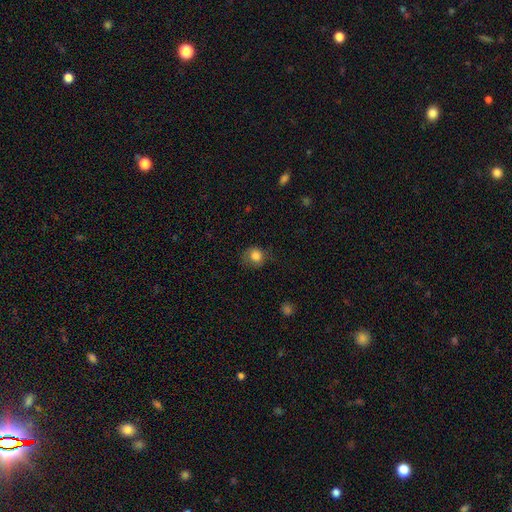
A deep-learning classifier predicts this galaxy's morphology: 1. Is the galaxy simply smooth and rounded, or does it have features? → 83% smooth, 10% star or artifact, 7% featured or disk.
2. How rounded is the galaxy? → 78% round, 21% in between, 1% cigar-shaped.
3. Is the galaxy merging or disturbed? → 65% none, 24% minor disturbance, 9% major disturbance, 1% merger.